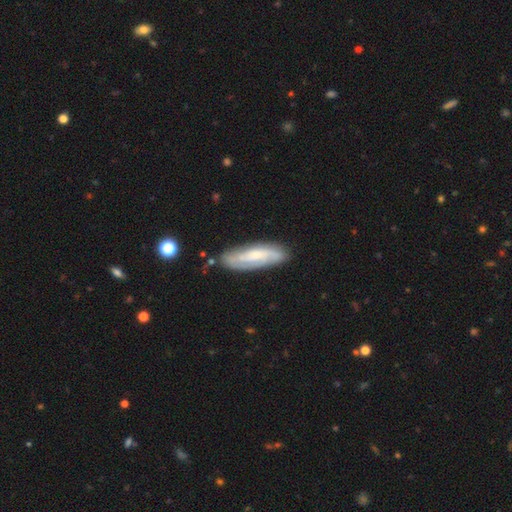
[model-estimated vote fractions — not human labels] Overall: featured or disk (67%; smooth 27%). Edge-on disk: no (82%). Bar: no (48%; weak 38%). Spiral arms: yes (89%). Bulge size: small (63%; moderate 30%). Merging: none (80%).